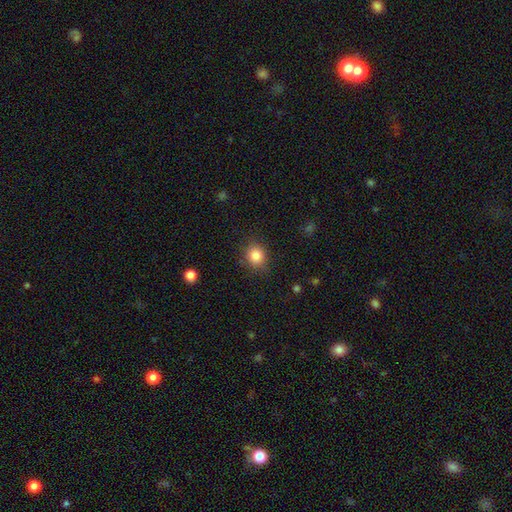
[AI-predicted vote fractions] The model was most divided on "how rounded": round: 74%, in between: 25%, cigar-shaped: 1%. More confident: smooth or featured — smooth (84%); merging — none (83%).